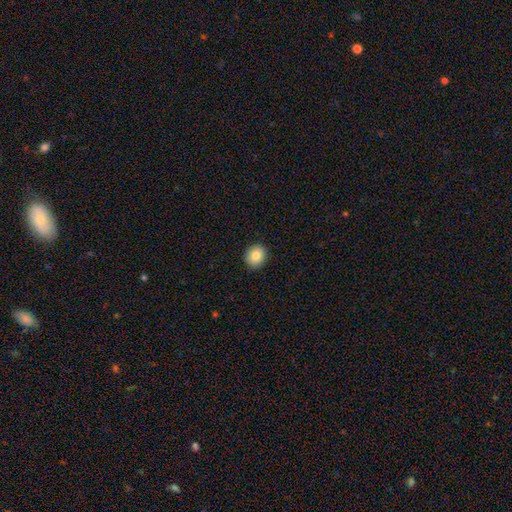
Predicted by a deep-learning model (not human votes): Smooth or featured? smooth (83%)
How rounded? round (80%)
Merging? none (91%)